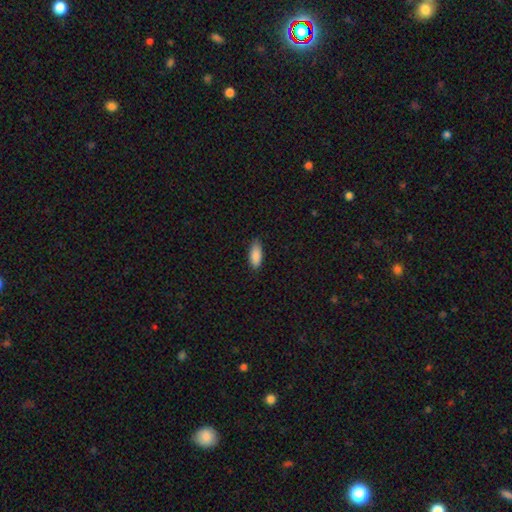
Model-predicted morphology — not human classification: Q: Smooth or featured?
A: smooth (89%); runner-up: star or artifact (6%)
Q: How rounded?
A: in between (80%); runner-up: cigar-shaped (18%)
Q: Merging?
A: none (83%); runner-up: minor disturbance (13%)